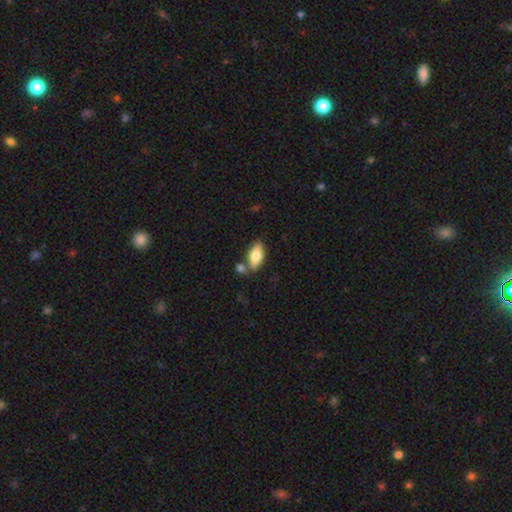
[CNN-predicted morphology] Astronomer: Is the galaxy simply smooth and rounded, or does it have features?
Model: smooth — 76%.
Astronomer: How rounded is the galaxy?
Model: in between — 88%.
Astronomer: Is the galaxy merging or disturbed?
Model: none — 70%.